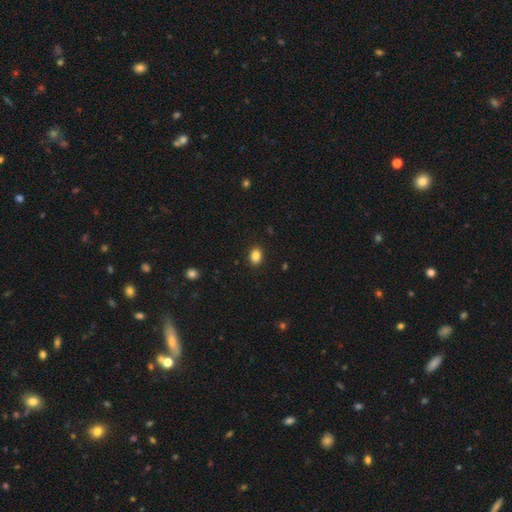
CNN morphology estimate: Smooth or featured? Predicted: smooth (p=0.87). How rounded? Predicted: in between (p=0.72). Merging? Predicted: none (p=0.89).